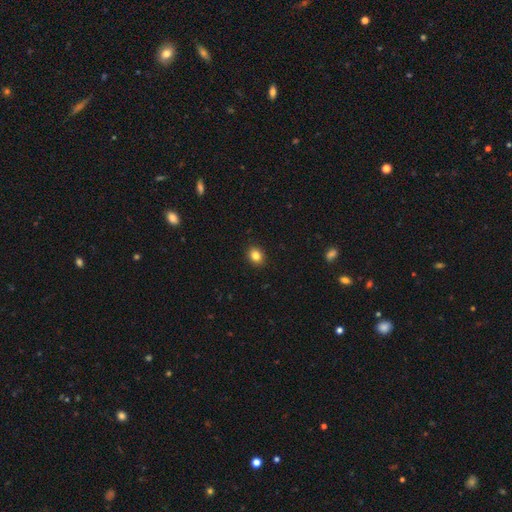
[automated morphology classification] Smooth or featured: smooth — 84% (star or artifact — 10%)
How rounded: round — 56% (in between — 43%)
Merging: none — 91% (minor disturbance — 6%)